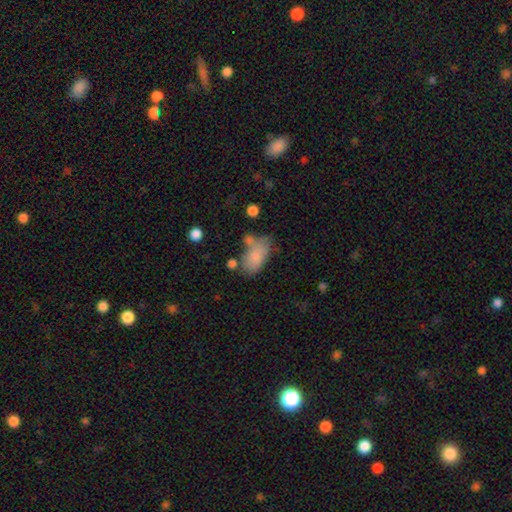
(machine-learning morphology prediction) type=smooth (80%); roundness=in between (91%); merging=none (45%).